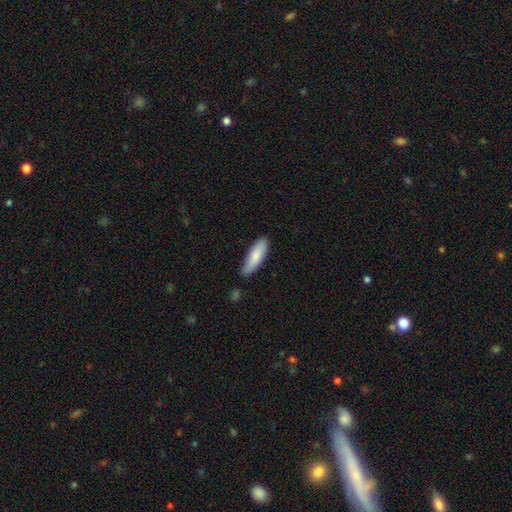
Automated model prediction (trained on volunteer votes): Smooth or featured: smooth — 81% (featured or disk — 13%)
How rounded: in between — 50% (cigar-shaped — 48%)
Merging: none — 72% (minor disturbance — 23%)